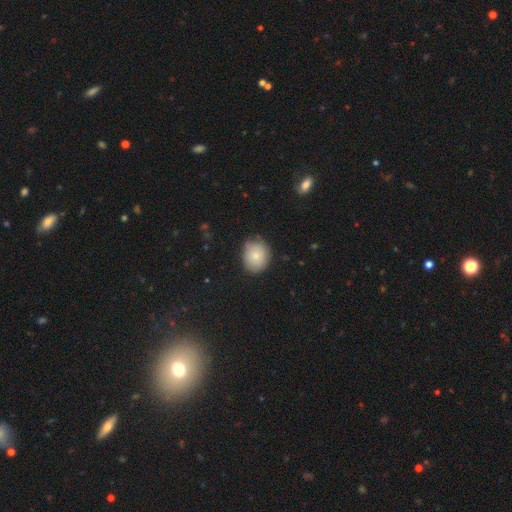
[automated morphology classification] Smooth or featured? Predicted: smooth (p=0.78). How rounded? Predicted: round (p=0.66). Merging? Predicted: none (p=0.77).